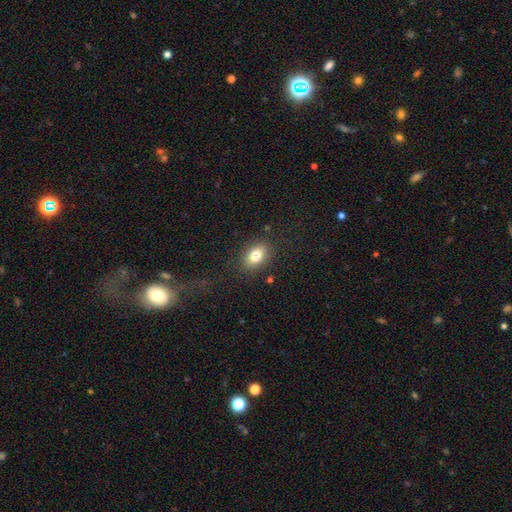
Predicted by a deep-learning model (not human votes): Smooth or featured? smooth (80%)
How rounded? in between (84%)
Merging? none (85%)